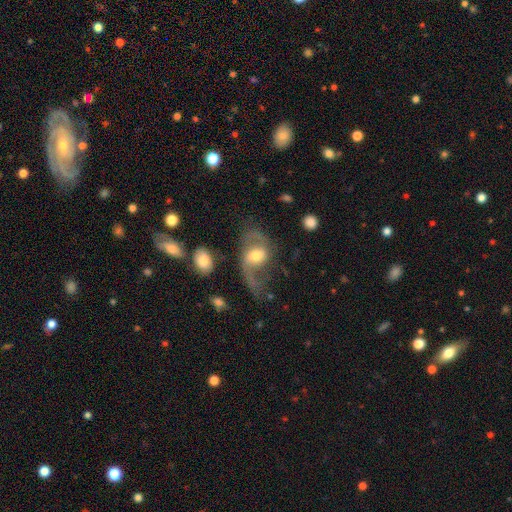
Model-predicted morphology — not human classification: A featured or disk galaxy (74%) with a weak bar (42%), 2 (74%) loose (66%) spiral arms (89%) and a moderate central bulge (64%).

Vote fractions:
- Smooth or featured? featured or disk: 74% / smooth: 19% / star or artifact: 7%
- Edge-on disk? no: 97% / yes: 3%
- Bar? weak: 42% / no: 41% / strong: 17%
- Spiral arms? yes: 89% / no: 11%
- Spiral winding? loose: 66% / medium: 29% / tight: 6%
- Spiral arm count? 2: 74% / 1: 19% / can't tell: 4% / 3: 1% / 4: 1% / more than 4: 1%
- Bulge size? moderate: 64% / small: 20% / large: 13% / dominant: 2% / none: 2%
- Merging? none: 39% / major disturbance: 37% / minor disturbance: 18% / merger: 6%